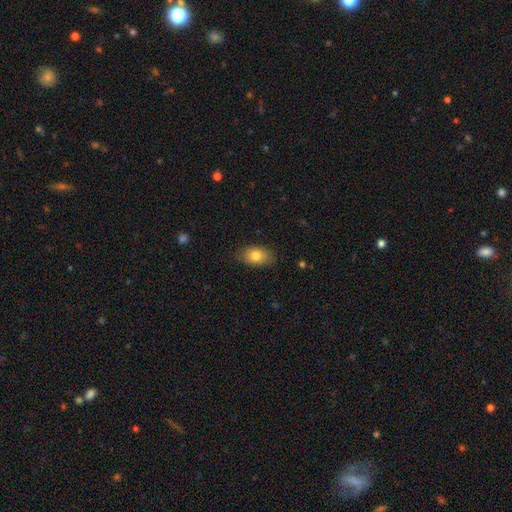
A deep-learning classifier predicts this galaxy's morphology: smooth 81%, featured or disk 12%, star or artifact 8%. Down the decision tree: how rounded — in between (88%); merging — none (83%).